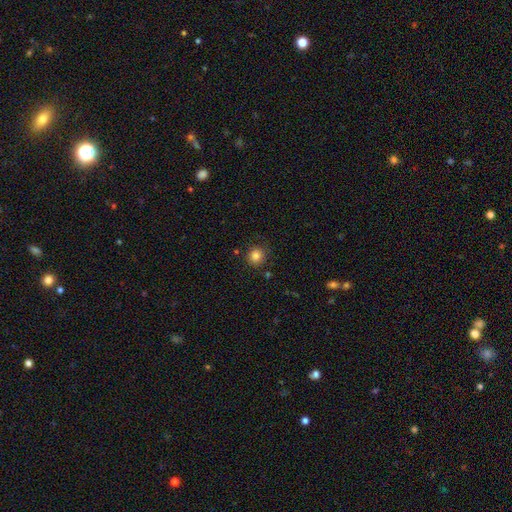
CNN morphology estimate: A smooth galaxy with no disk features (83%) that is round (90%).

Vote fractions:
- Smooth or featured? smooth: 83% / star or artifact: 12% / featured or disk: 5%
- How rounded? round: 90% / in between: 9% / cigar-shaped: 1%
- Merging? none: 85% / minor disturbance: 10% / major disturbance: 3% / merger: 2%